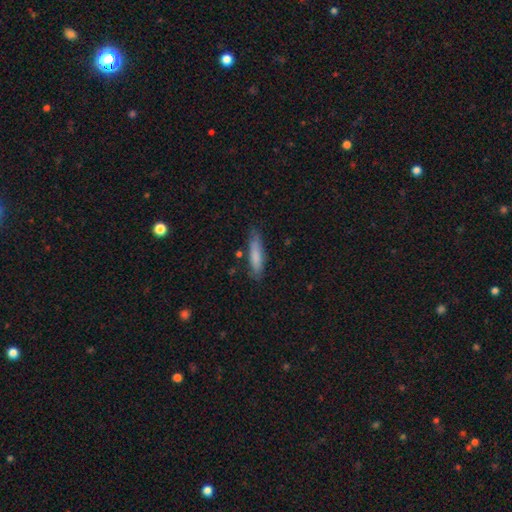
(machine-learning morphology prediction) This is likely a smooth galaxy (78%). How rounded: likely cigar-shaped (78%). Merging: likely none (77%).